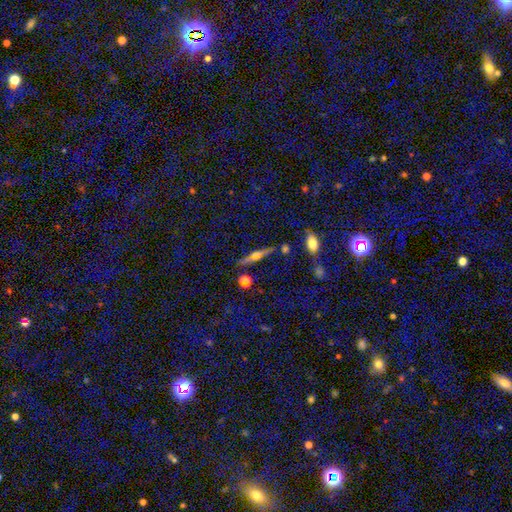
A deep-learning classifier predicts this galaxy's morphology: smooth_or_featured: featured or disk (p=0.59) [alt: smooth p=0.31]
disk_edge_on: yes (p=0.95) [alt: no p=0.05]
edge_on_bulge: rounded (p=0.87) [alt: none p=0.08]
merging: none (p=0.82) [alt: minor disturbance p=0.11]